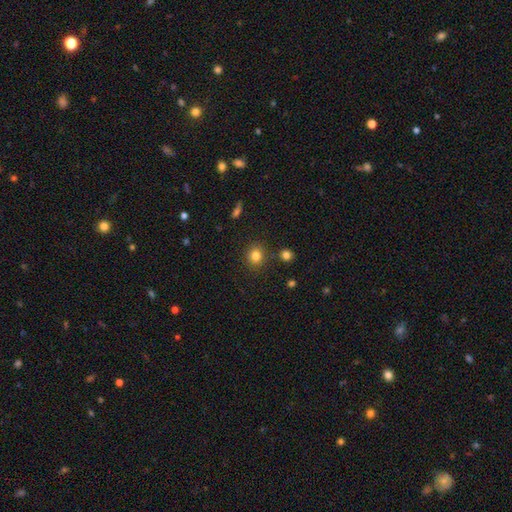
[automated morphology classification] type=smooth (82%); roundness=round (81%); merging=none (85%).